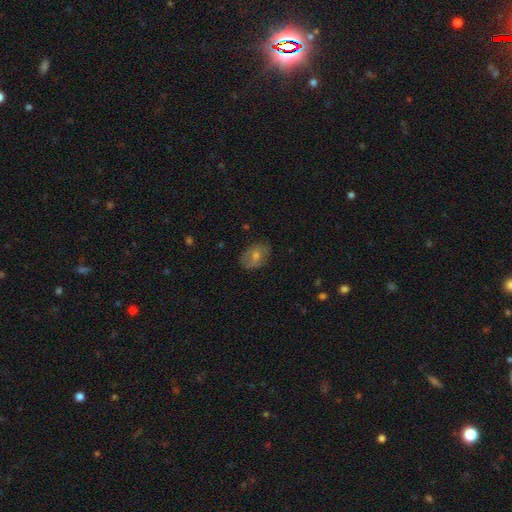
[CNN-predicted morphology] This is possibly a smooth galaxy (48%). Merging: likely none (78%).